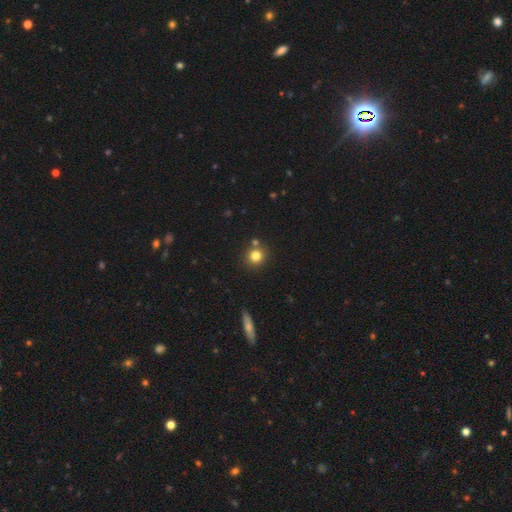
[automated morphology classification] smooth-or-featured: smooth: 80% | star or artifact: 12% | featured or disk: 8%
  how-rounded: round: 91% | in between: 8% | cigar-shaped: 1%
  merging: none: 76% | merger: 13% | minor disturbance: 8% | major disturbance: 3%